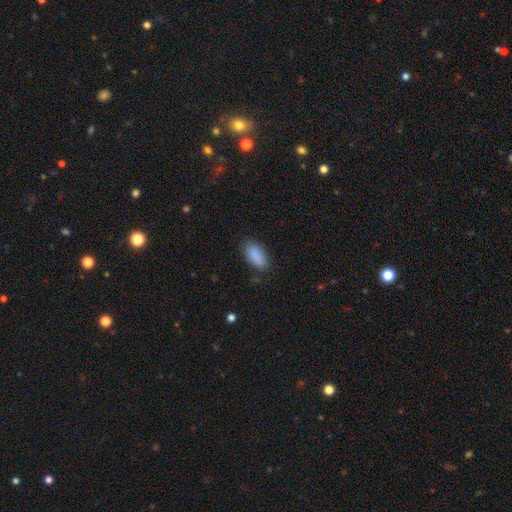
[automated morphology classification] A smooth galaxy with no disk features (88%) that is in between round and cigar-shaped (89%).

Vote fractions:
- Smooth or featured? smooth: 88% / star or artifact: 8% / featured or disk: 4%
- How rounded? in between: 89% / cigar-shaped: 8% / round: 3%
- Merging? none: 79% / minor disturbance: 16% / major disturbance: 4% / merger: 2%